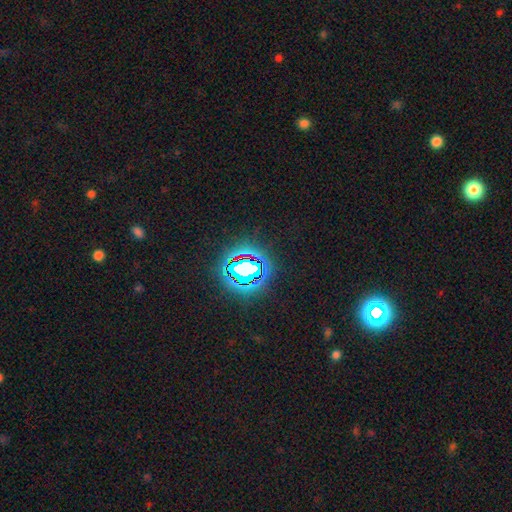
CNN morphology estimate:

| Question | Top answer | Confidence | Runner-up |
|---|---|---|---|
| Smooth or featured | star or artifact | 83% | smooth (11%) |